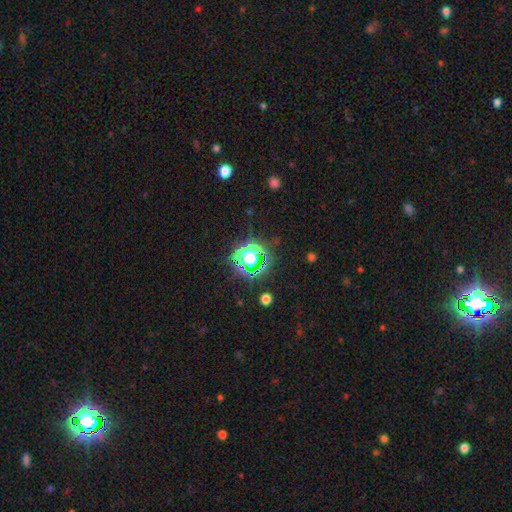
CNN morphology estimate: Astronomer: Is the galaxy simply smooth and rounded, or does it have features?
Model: star or artifact — 66%.